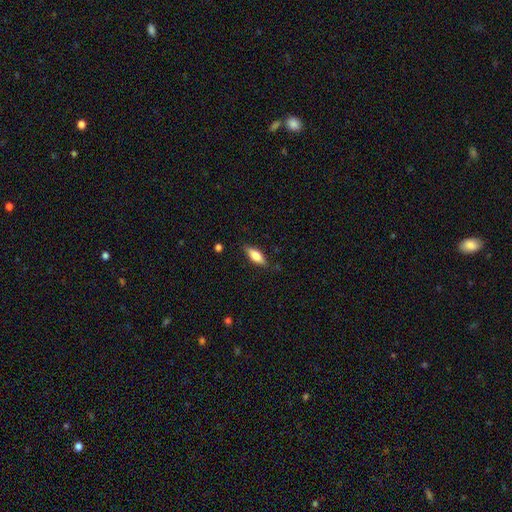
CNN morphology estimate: Smooth or featured?
  - smooth: 73% *
  - featured or disk: 21%
  - star or artifact: 6%
How rounded?
  - in between: 69% *
  - cigar-shaped: 29%
  - round: 2%
Merging?
  - none: 82% *
  - minor disturbance: 14%
  - major disturbance: 3%
  - merger: 1%